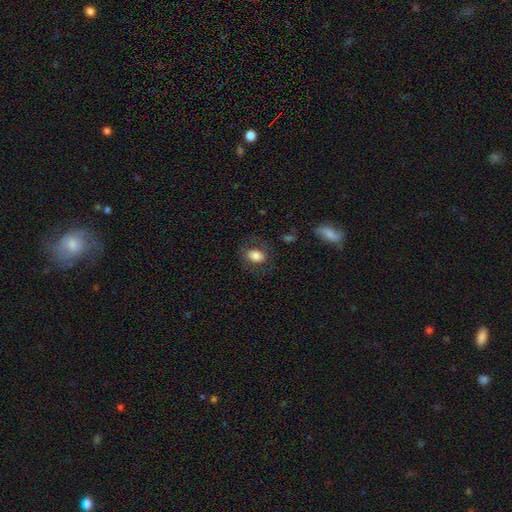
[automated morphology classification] Q: Smooth or featured?
A: smooth (75%); runner-up: featured or disk (16%)
Q: How rounded?
A: in between (79%); runner-up: round (19%)
Q: Merging?
A: none (72%); runner-up: minor disturbance (15%)